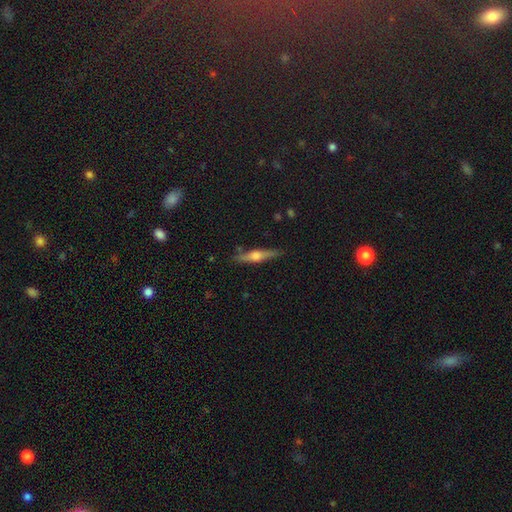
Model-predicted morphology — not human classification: Smooth or featured? featured or disk (65%)
Edge-on disk? yes (97%)
Edge-on bulge? rounded (87%)
Merging? none (85%)